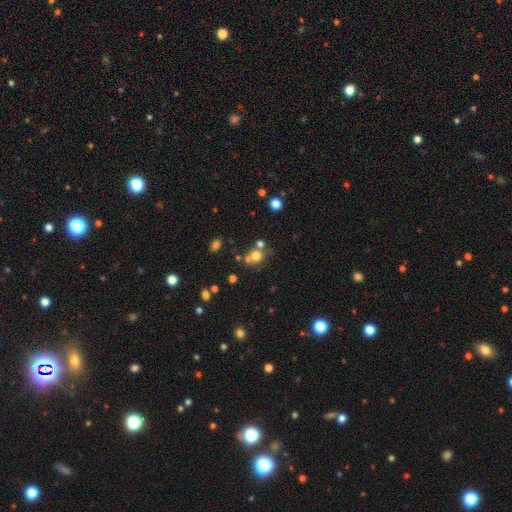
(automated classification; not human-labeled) smooth-or-featured: smooth: 69% | star or artifact: 18% | featured or disk: 12%
  how-rounded: round: 81% | in between: 18% | cigar-shaped: 1%
  merging: none: 53% | merger: 33% | minor disturbance: 10% | major disturbance: 4%